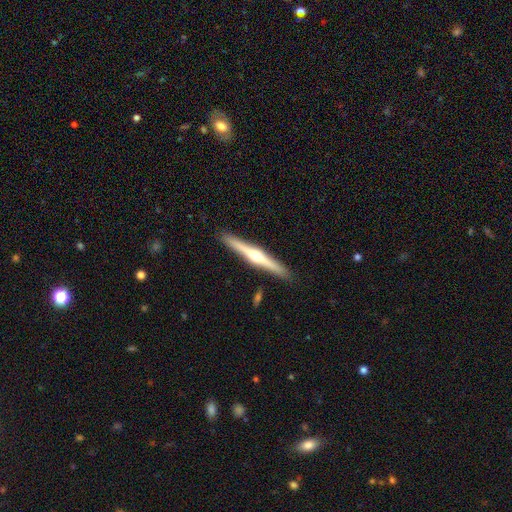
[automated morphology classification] smooth_or_featured: featured or disk (p=0.75) [alt: smooth p=0.21]
disk_edge_on: yes (p=0.98) [alt: no p=0.02]
edge_on_bulge: rounded (p=0.94) [alt: none p=0.04]
merging: none (p=0.91) [alt: minor disturbance p=0.06]